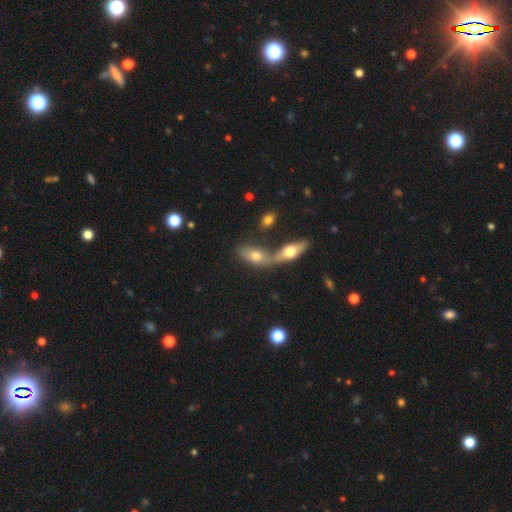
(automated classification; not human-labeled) The model was most divided on "merging": merger: 61%, none: 26%, minor disturbance: 8%, major disturbance: 5%. More confident: how rounded — in between (83%); smooth or featured — smooth (64%).